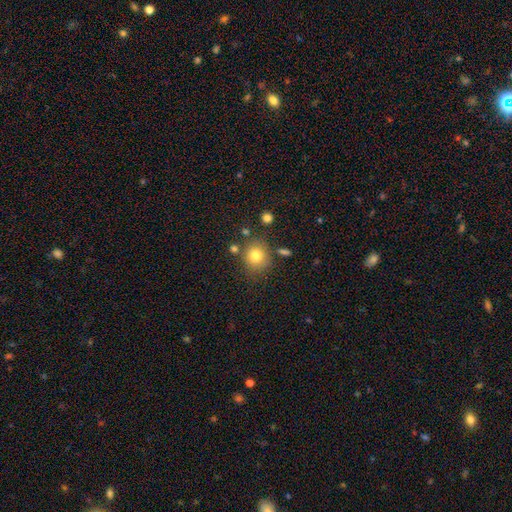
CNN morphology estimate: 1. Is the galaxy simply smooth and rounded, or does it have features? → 79% smooth, 12% star or artifact, 9% featured or disk.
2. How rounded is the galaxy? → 83% round, 16% in between, 1% cigar-shaped.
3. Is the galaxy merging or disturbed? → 76% none, 12% minor disturbance, 7% merger, 4% major disturbance.